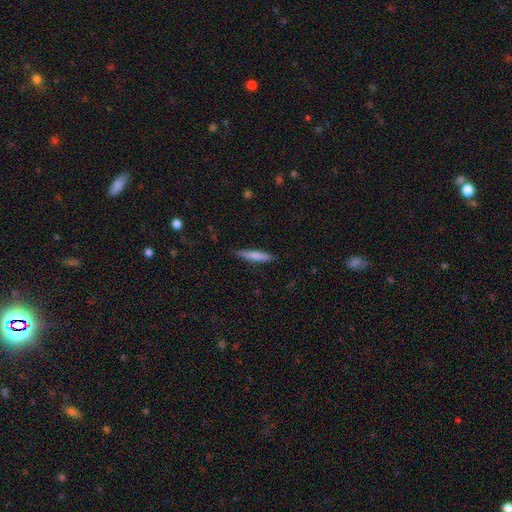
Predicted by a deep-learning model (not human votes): Smooth or featured: smooth — 72% (featured or disk — 22%)
How rounded: cigar-shaped — 91% (in between — 8%)
Merging: none — 86% (minor disturbance — 11%)